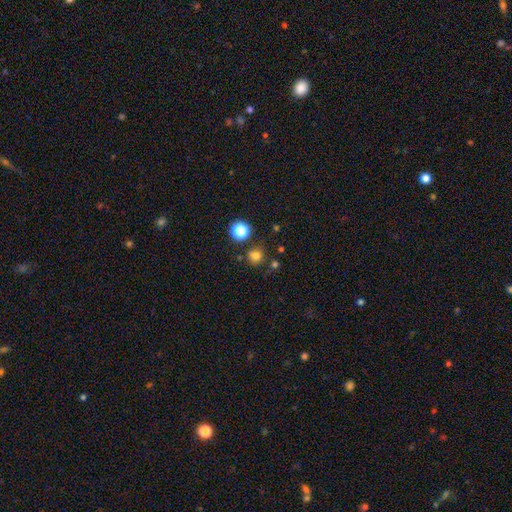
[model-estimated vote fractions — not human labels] smooth 77%, star or artifact 18%, featured or disk 5%. Down the decision tree: how rounded — round (92%); merging — none (80%).